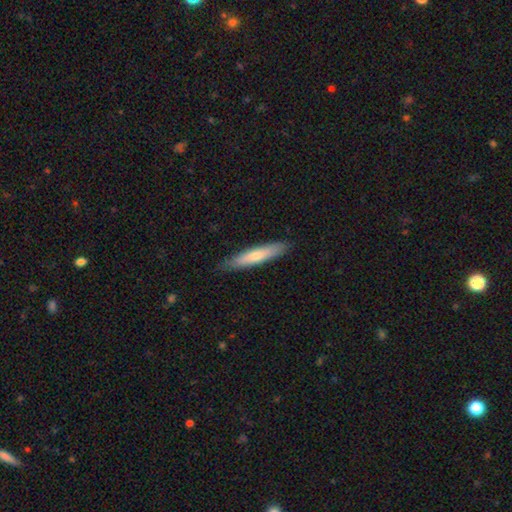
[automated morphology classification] Overall: smooth (66%; featured or disk 29%). How rounded: cigar-shaped (87%). Merging: none (87%).